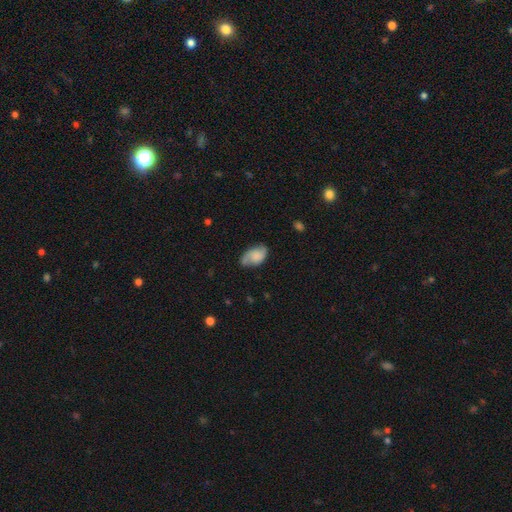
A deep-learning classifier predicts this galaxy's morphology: A smooth galaxy with no disk features (60%) that is in between round and cigar-shaped (91%). Merging: none (58%).